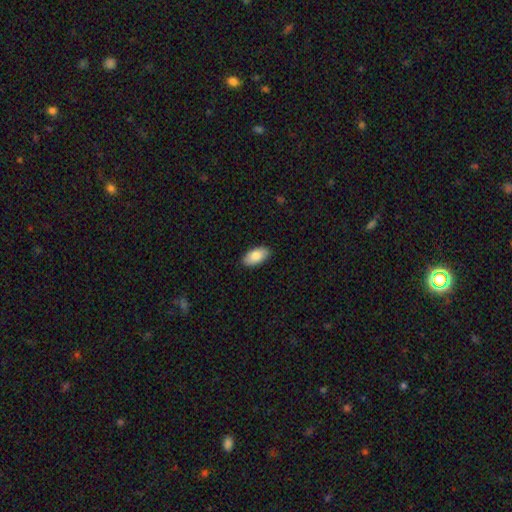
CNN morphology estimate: Smooth or featured?
  - smooth: 82% *
  - featured or disk: 12%
  - star or artifact: 6%
How rounded?
  - in between: 95% *
  - round: 3%
  - cigar-shaped: 2%
Merging?
  - none: 89% *
  - minor disturbance: 8%
  - major disturbance: 2%
  - merger: 1%